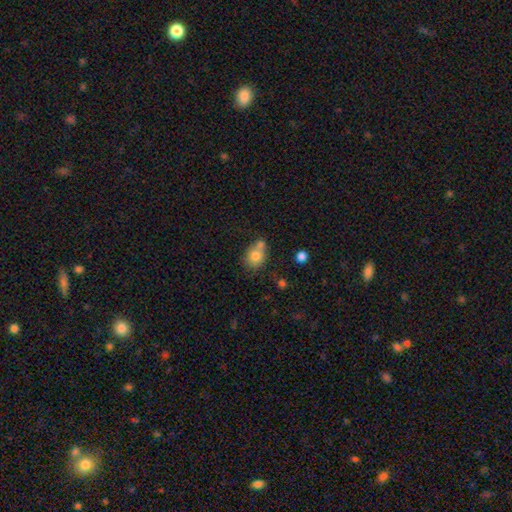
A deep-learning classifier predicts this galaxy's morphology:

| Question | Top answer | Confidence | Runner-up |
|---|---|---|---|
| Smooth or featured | smooth | 77% | featured or disk (13%) |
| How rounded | round | 64% | in between (35%) |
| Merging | none | 45% | merger (37%) |